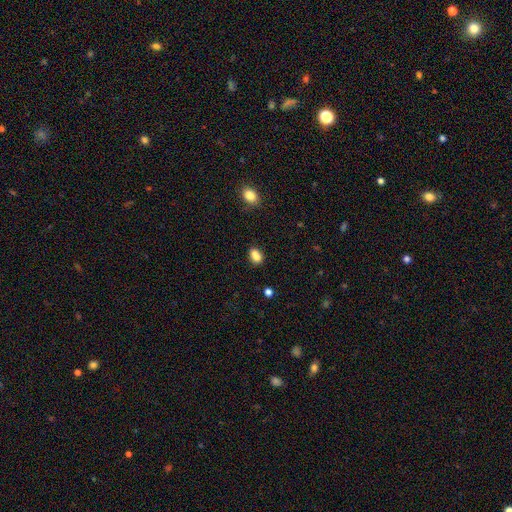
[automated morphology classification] Smooth or featured?
  - smooth: 81% *
  - star or artifact: 11%
  - featured or disk: 8%
How rounded?
  - in between: 75% *
  - round: 22%
  - cigar-shaped: 3%
Merging?
  - none: 57% *
  - merger: 23%
  - minor disturbance: 15%
  - major disturbance: 4%